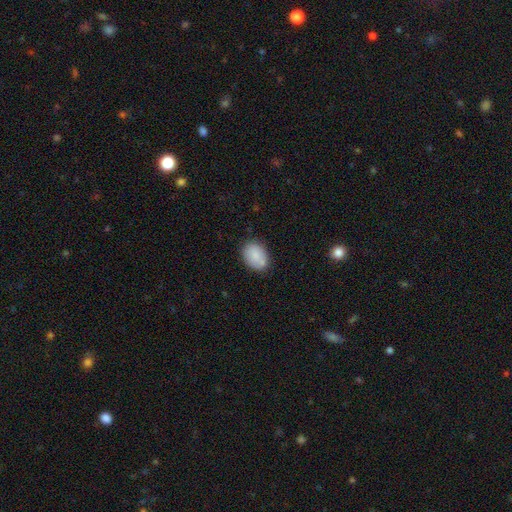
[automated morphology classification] Smooth or featured?
  - smooth: 85% *
  - featured or disk: 7%
  - star or artifact: 7%
How rounded?
  - in between: 79% *
  - round: 20%
  - cigar-shaped: 1%
Merging?
  - none: 76% *
  - minor disturbance: 17%
  - merger: 4%
  - major disturbance: 3%